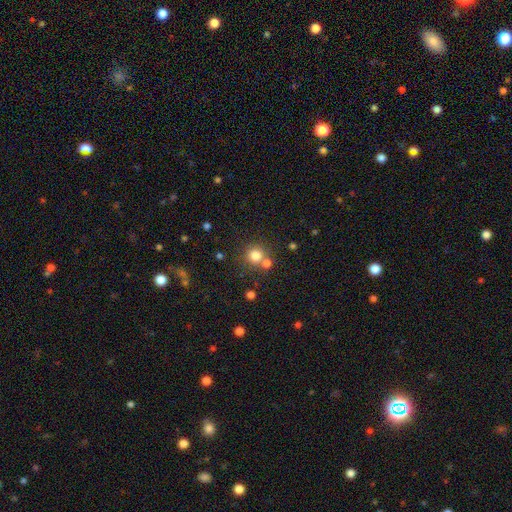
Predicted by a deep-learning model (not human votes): Q: Smooth or featured?
A: smooth (79%); runner-up: star or artifact (13%)
Q: How rounded?
A: round (91%); runner-up: in between (8%)
Q: Merging?
A: none (66%); runner-up: merger (22%)